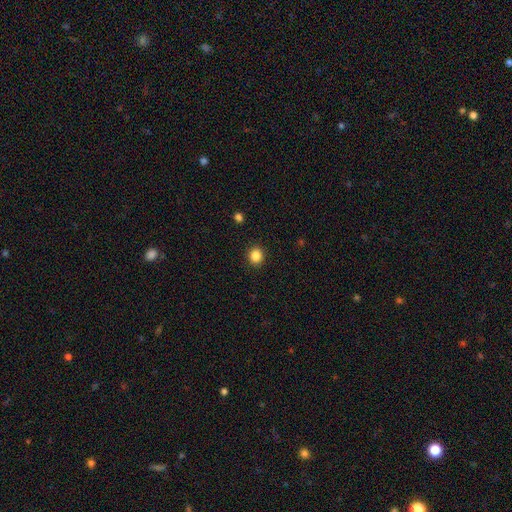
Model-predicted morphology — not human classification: A smooth galaxy with no disk features (85%) that is round (87%).

Vote fractions:
- Smooth or featured? smooth: 85% / star or artifact: 11% / featured or disk: 4%
- How rounded? round: 87% / in between: 12% / cigar-shaped: 1%
- Merging? none: 92% / minor disturbance: 5% / major disturbance: 2% / merger: 1%